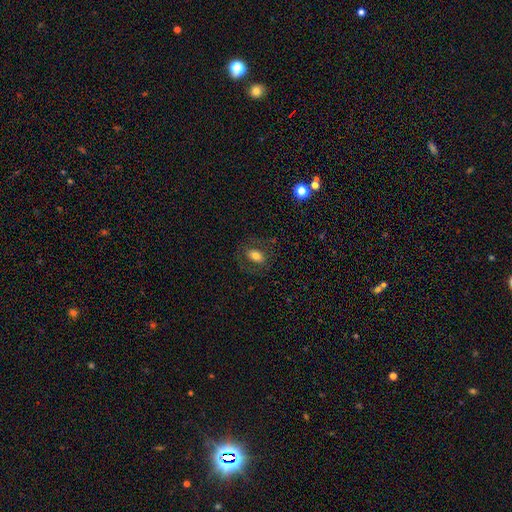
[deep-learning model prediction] Smooth or featured? Predicted: smooth (p=0.69). How rounded? Predicted: in between (p=0.81). Merging? Predicted: none (p=0.76).